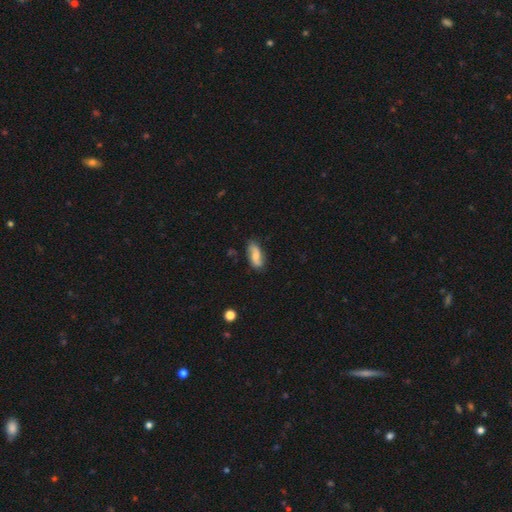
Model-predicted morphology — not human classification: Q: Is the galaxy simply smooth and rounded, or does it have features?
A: smooth — 53%.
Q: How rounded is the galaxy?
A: in between — 80%.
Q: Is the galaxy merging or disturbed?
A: none — 72%.